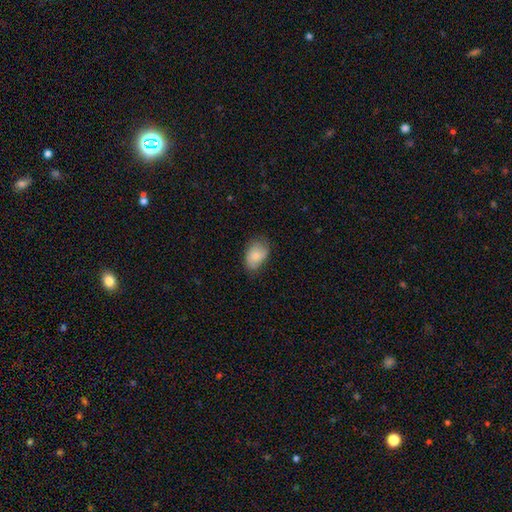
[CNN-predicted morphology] smooth 74%, featured or disk 19%, star or artifact 7%. Down the decision tree: how rounded — in between (85%); merging — none (66%).